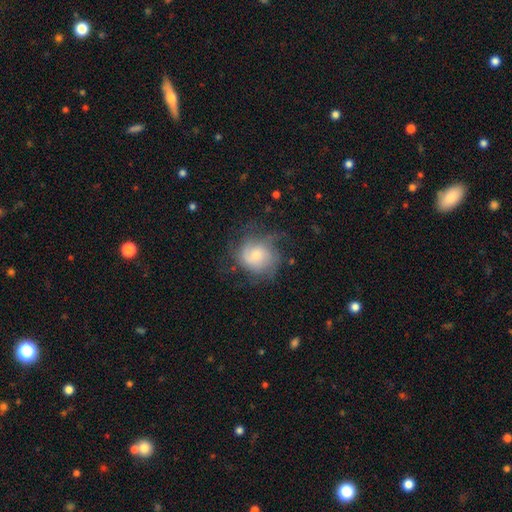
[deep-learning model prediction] A featured or disk galaxy (54%) with no bar (73%), spiral arms (80%) and a small central bulge (49%). Merging: none (53%).